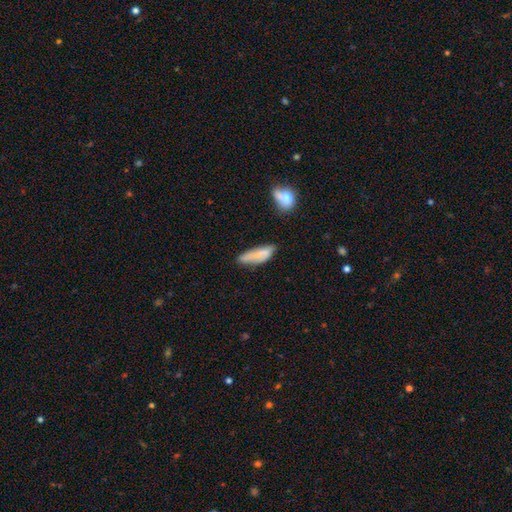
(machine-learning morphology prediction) Smooth or featured? Predicted: smooth (p=0.72). How rounded? Predicted: cigar-shaped (p=0.55). Merging? Predicted: none (p=0.54).